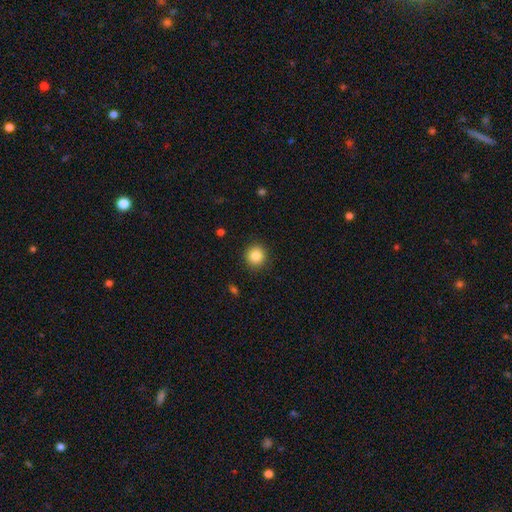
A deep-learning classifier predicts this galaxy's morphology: This is clearly a smooth galaxy (85%). How rounded: clearly round (92%). Merging: clearly none (91%).